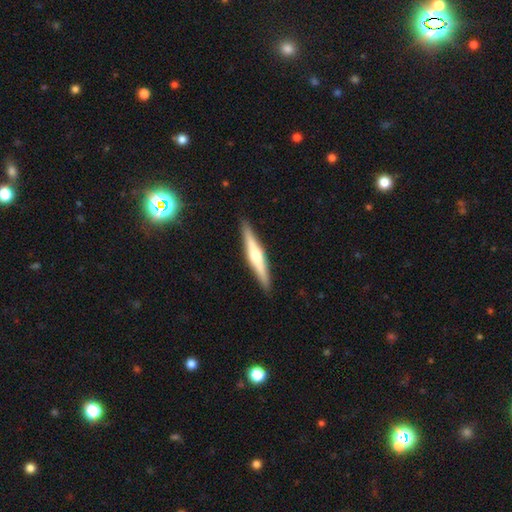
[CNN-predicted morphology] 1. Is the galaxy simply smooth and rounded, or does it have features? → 64% featured or disk, 31% smooth, 5% star or artifact.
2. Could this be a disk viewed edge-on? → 97% yes, 3% no.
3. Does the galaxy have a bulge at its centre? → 86% rounded, 8% none, 7% boxy.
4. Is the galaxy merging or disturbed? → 91% none, 6% minor disturbance, 1% major disturbance, 1% merger.